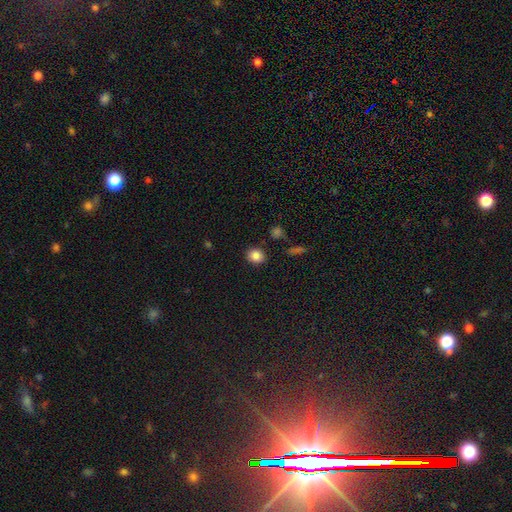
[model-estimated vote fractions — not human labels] Smooth or featured? Predicted: smooth (p=0.85). How rounded? Predicted: round (p=0.67). Merging? Predicted: none (p=0.87).